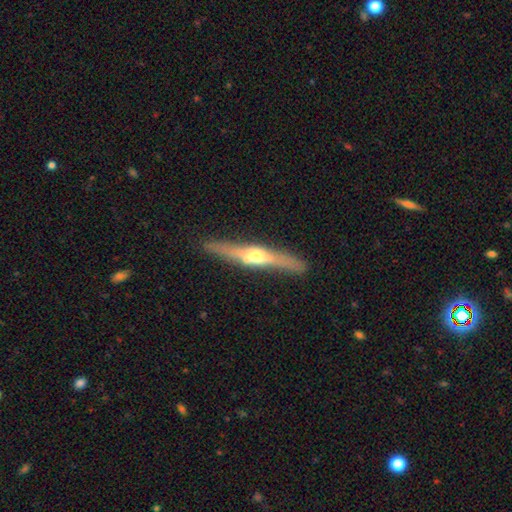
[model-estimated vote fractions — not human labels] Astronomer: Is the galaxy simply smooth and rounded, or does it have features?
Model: featured or disk — 72%.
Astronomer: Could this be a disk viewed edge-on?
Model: yes — 96%.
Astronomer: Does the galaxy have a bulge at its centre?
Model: rounded — 90%.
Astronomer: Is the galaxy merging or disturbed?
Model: none — 87%.